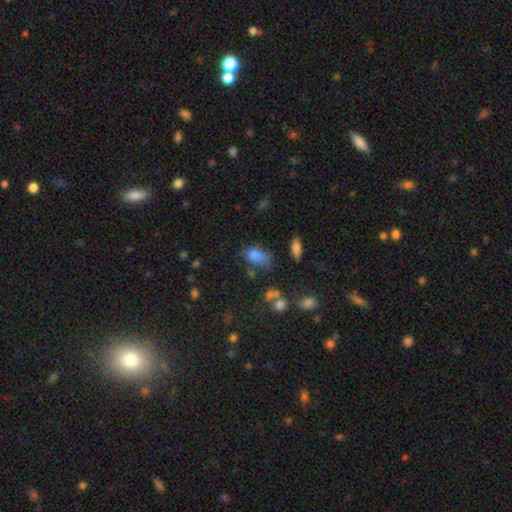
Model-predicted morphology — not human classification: smooth-or-featured: smooth: 76% | star or artifact: 13% | featured or disk: 11%
  how-rounded: in between: 83% | round: 14% | cigar-shaped: 3%
  merging: none: 38% | minor disturbance: 30% | major disturbance: 22% | merger: 10%